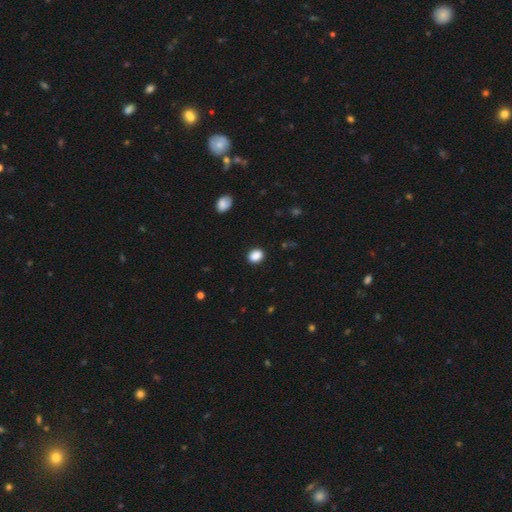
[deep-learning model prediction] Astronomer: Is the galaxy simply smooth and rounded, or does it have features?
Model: smooth — 88%.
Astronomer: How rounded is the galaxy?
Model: round — 53% (runner-up: in between, 46%).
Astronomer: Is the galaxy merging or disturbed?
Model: none — 89%.